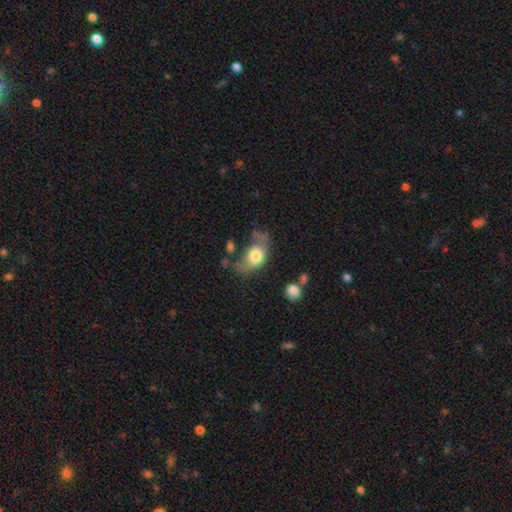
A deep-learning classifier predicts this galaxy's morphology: smooth_or_featured: smooth (p=0.68) [alt: featured or disk p=0.25]
how_rounded: in between (p=0.82) [alt: round p=0.16]
merging: none (p=0.31) [alt: minor disturbance p=0.30]